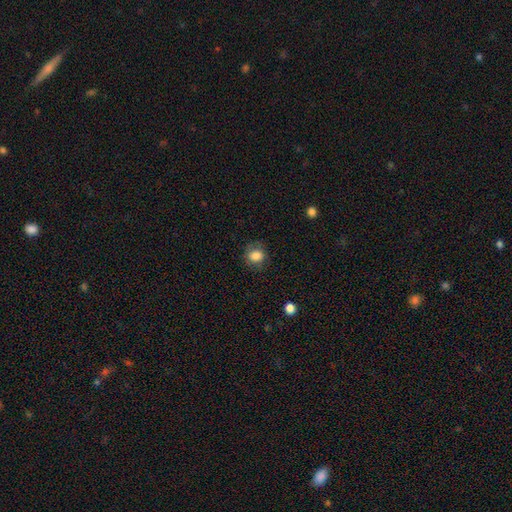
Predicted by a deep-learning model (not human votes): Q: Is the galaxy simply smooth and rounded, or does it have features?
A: smooth — 83%.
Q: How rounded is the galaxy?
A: round — 78%.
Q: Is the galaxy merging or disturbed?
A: none — 75%.